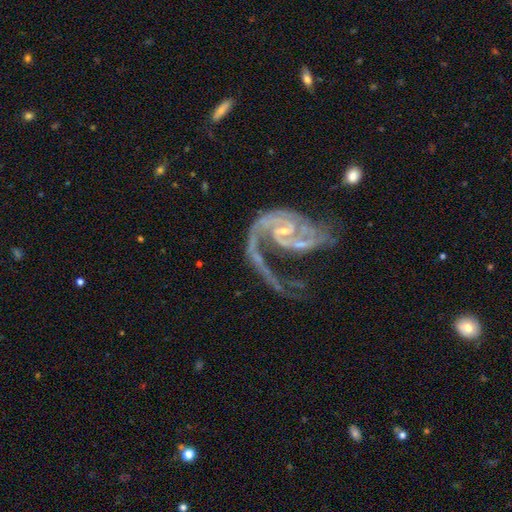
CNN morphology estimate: Smooth or featured: featured or disk — 91% (star or artifact — 5%)
Edge-on disk: no — 98% (yes — 2%)
Bar: weak — 42% (no — 39%)
Spiral arms: yes — 96% (no — 4%)
Spiral winding: medium — 46% (loose — 30%)
Spiral arm count: 2 — 68% (1 — 11%)
Bulge size: small — 73% (moderate — 16%)
Merging: major disturbance — 42% (none — 25%)